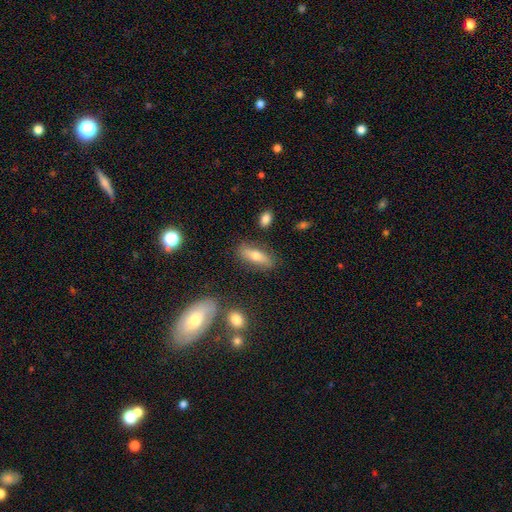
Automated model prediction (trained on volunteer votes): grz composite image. It shows a smooth galaxy with no disk features (59%) that is in between round and cigar-shaped (57%). Merging: none (78%).